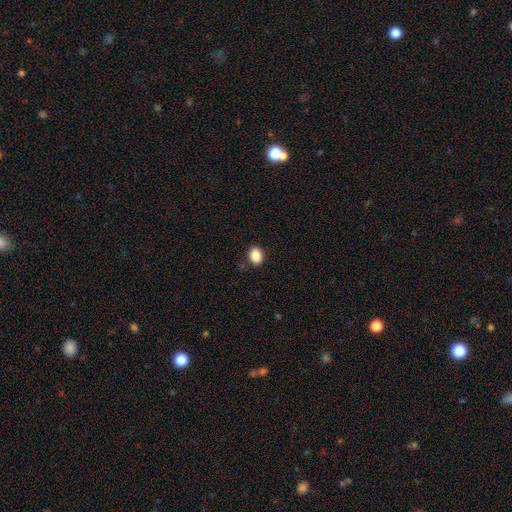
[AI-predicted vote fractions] Q: Smooth or featured?
A: smooth (88%); runner-up: star or artifact (9%)
Q: How rounded?
A: in between (65%); runner-up: round (34%)
Q: Merging?
A: none (87%); runner-up: minor disturbance (9%)